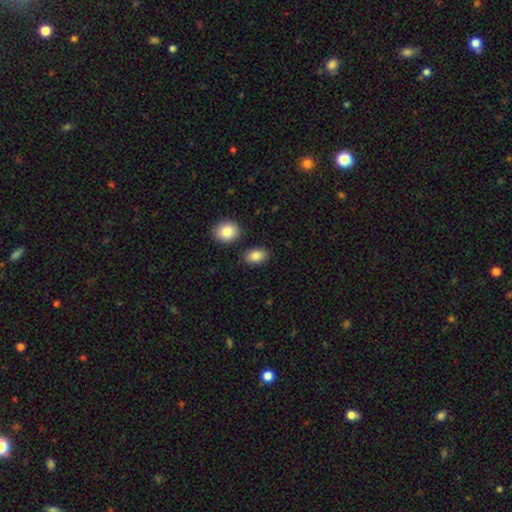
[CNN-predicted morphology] type=smooth (87%); roundness=in between (86%); merging=none (83%).